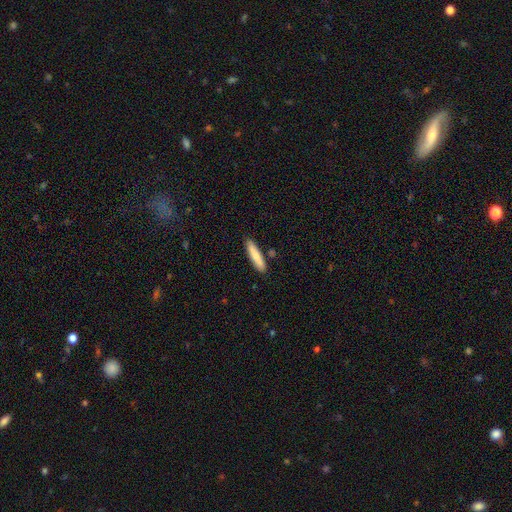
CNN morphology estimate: This appears to be a smooth galaxy with no disk features (79%) that is cigar-shaped (84%). Merging: none (86%).